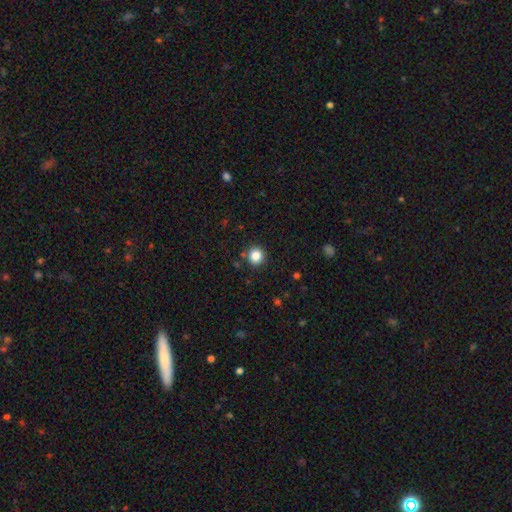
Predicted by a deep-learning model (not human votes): smooth-or-featured: smooth: 84% | star or artifact: 11% | featured or disk: 5%
  how-rounded: round: 90% | in between: 9% | cigar-shaped: 1%
  merging: none: 89% | minor disturbance: 7% | merger: 3% | major disturbance: 2%